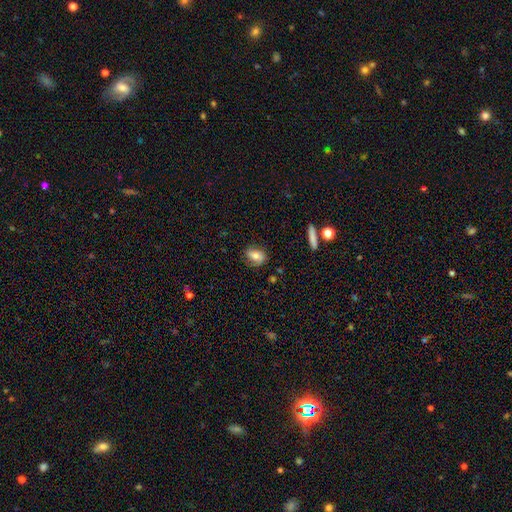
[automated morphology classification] A smooth galaxy with no disk features (57%) that is in between round and cigar-shaped (69%). Merging: none (71%).